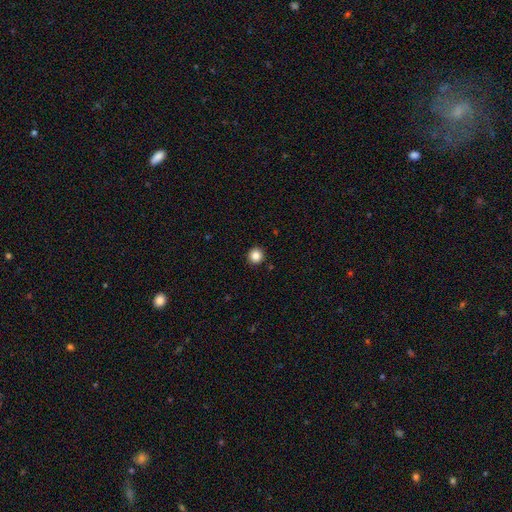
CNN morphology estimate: A smooth galaxy with no disk features (85%) that is round (95%).

Vote fractions:
- Smooth or featured? smooth: 85% / star or artifact: 11% / featured or disk: 4%
- How rounded? round: 95% / in between: 4% / cigar-shaped: 1%
- Merging? none: 93% / minor disturbance: 4% / major disturbance: 1% / merger: 1%